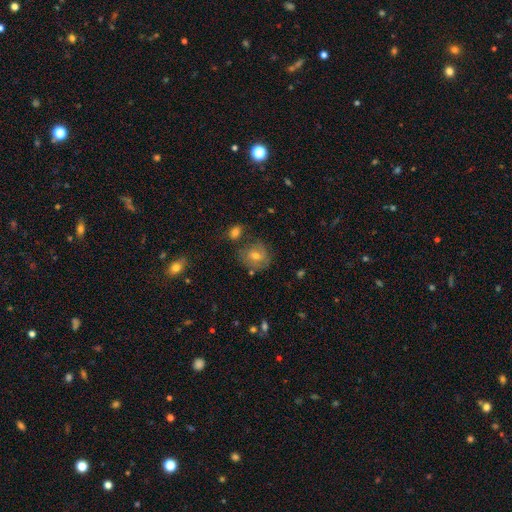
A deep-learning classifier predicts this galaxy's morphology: smooth-or-featured: smooth: 53% | featured or disk: 37% | star or artifact: 10%
  how-rounded: round: 73% | in between: 26% | cigar-shaped: 1%
  merging: none: 63% | minor disturbance: 19% | merger: 9% | major disturbance: 8%